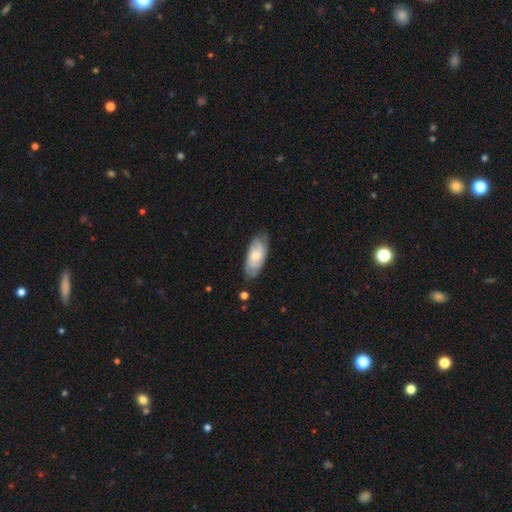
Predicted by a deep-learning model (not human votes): Morphology: type=smooth (56%); roundness=in between (87%); merging=none (71%).